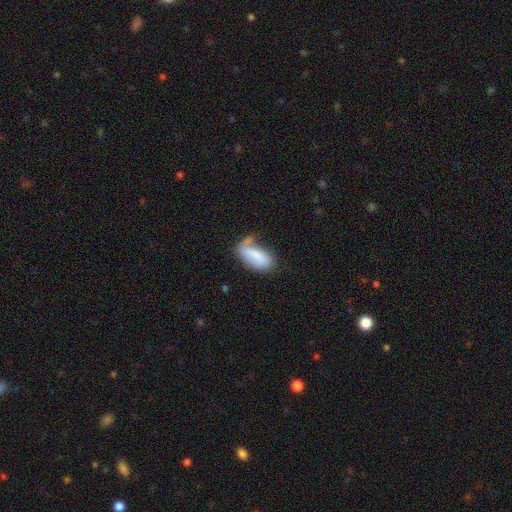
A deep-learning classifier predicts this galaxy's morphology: A smooth galaxy with no disk features (73%) that is in between round and cigar-shaped (87%).

Vote fractions:
- Smooth or featured? smooth: 73% / featured or disk: 20% / star or artifact: 7%
- How rounded? in between: 87% / cigar-shaped: 10% / round: 2%
- Merging? none: 39% / minor disturbance: 30% / major disturbance: 18% / merger: 13%